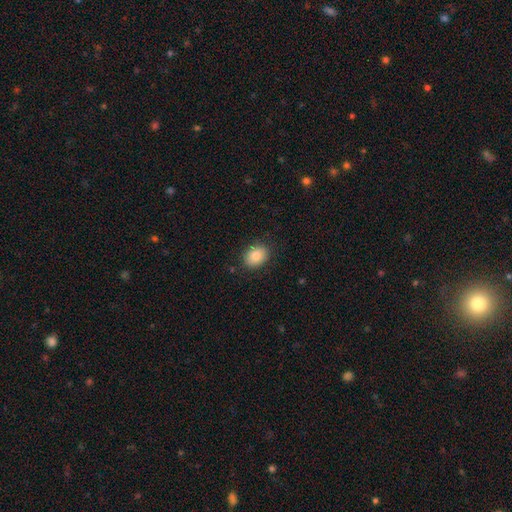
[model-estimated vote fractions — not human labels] Smooth or featured: smooth — 84% (star or artifact — 8%)
How rounded: in between — 61% (round — 38%)
Merging: none — 87% (minor disturbance — 10%)